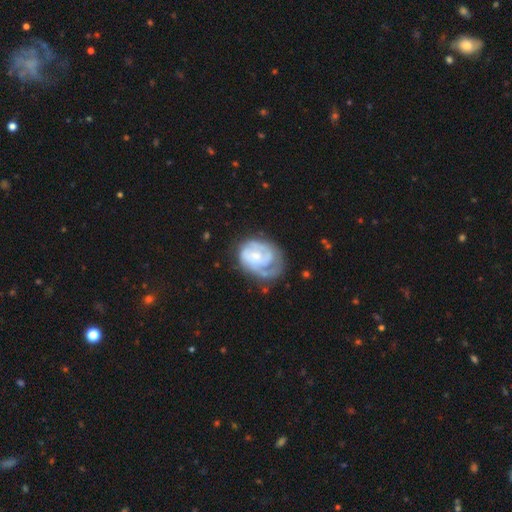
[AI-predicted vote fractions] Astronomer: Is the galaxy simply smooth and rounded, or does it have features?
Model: featured or disk — 73%.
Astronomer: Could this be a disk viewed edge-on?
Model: no — 98%.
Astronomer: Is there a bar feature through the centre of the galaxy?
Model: no — 73%.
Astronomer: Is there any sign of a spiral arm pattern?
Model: yes — 85%.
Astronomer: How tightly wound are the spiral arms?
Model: tight — 56%.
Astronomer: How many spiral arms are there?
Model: can't tell — 30% (runner-up: 2, 29%).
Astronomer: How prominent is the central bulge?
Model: small — 64%.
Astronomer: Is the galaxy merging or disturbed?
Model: none — 45% (runner-up: minor disturbance, 27%).